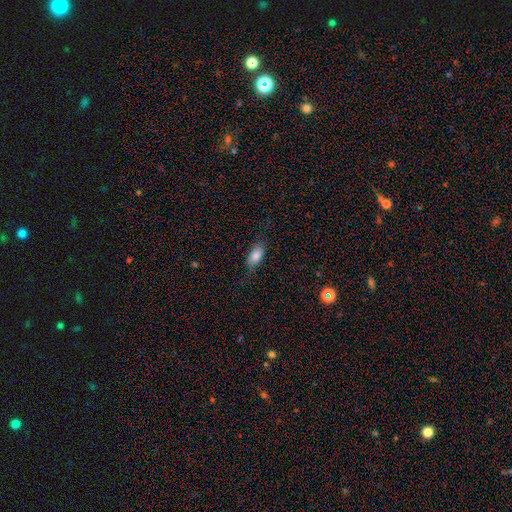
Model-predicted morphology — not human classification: A smooth galaxy with no disk features (82%) that is in between round and cigar-shaped (88%). Merging: none (73%).